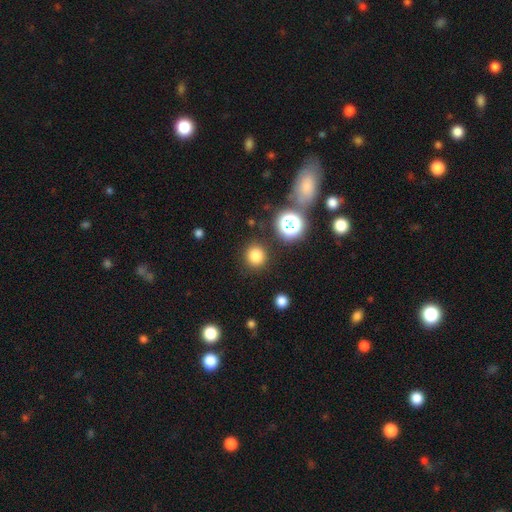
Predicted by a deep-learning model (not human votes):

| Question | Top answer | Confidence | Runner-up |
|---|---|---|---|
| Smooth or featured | smooth | 79% | star or artifact (16%) |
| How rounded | round | 92% | in between (7%) |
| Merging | none | 87% | minor disturbance (7%) |